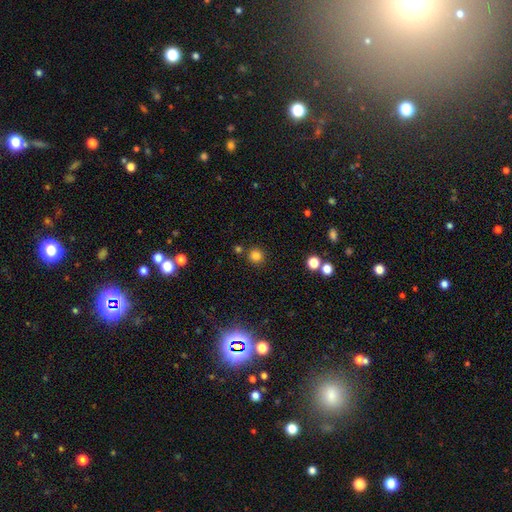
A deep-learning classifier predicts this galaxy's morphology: Smooth or featured? Predicted: smooth (p=0.81). How rounded? Predicted: round (p=0.94). Merging? Predicted: none (p=0.85).